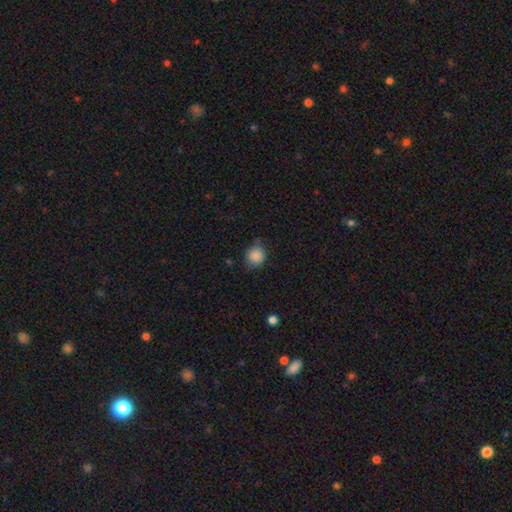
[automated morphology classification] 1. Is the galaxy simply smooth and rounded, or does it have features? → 87% smooth, 9% star or artifact, 5% featured or disk.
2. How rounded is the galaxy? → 83% round, 16% in between, 1% cigar-shaped.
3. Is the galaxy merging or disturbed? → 73% none, 21% minor disturbance, 4% major disturbance, 2% merger.